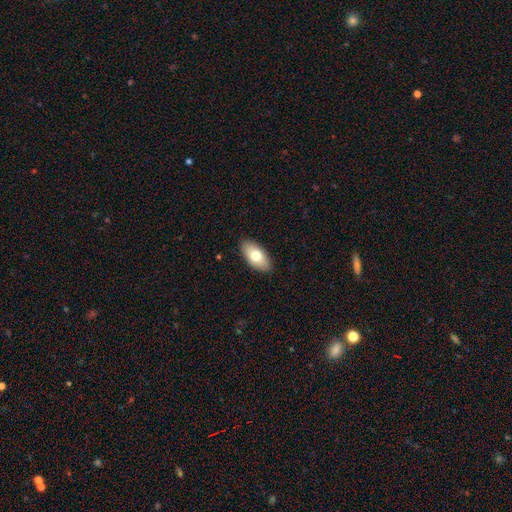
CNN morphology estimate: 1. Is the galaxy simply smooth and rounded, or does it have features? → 72% smooth, 21% featured or disk, 6% star or artifact.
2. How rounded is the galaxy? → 93% in between, 4% cigar-shaped, 3% round.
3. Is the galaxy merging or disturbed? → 89% none, 9% minor disturbance, 2% major disturbance, 1% merger.